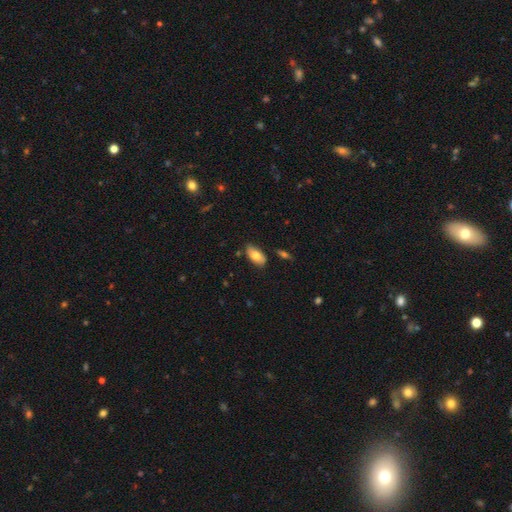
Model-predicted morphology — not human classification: A smooth galaxy with no disk features (75%) that is in between round and cigar-shaped (92%). Merging: none (77%).